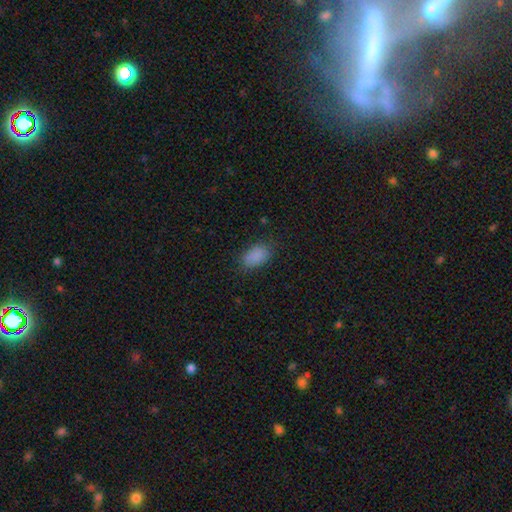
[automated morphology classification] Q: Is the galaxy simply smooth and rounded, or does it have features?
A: smooth — 87%.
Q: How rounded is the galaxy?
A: in between — 91%.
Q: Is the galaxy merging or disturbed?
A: none — 78%.